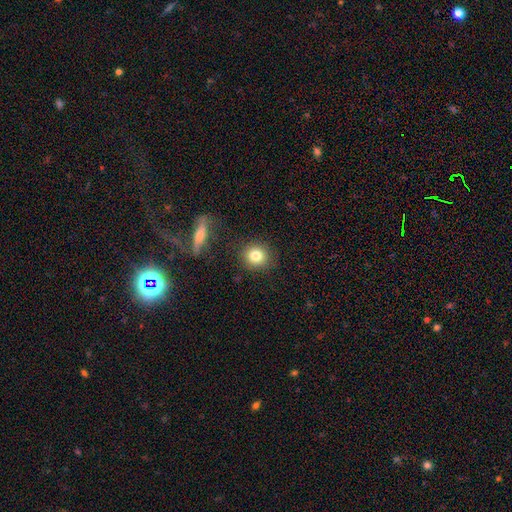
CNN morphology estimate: Overall: smooth (82%). How rounded: round (83%). Merging: none (86%).